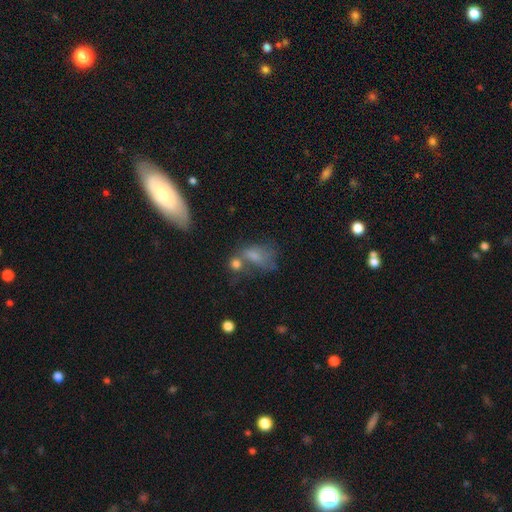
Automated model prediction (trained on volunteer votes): This is likely a smooth galaxy (64%). How rounded: likely in between (77%). Merging: marginally merger (35%).